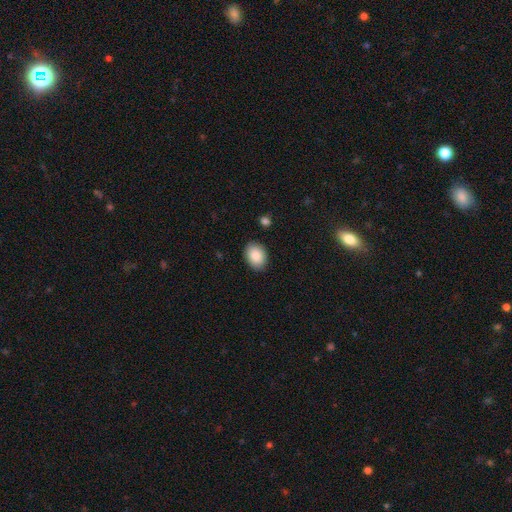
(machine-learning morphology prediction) Smooth or featured? Predicted: smooth (p=0.88). How rounded? Predicted: in between (p=0.76). Merging? Predicted: none (p=0.87).